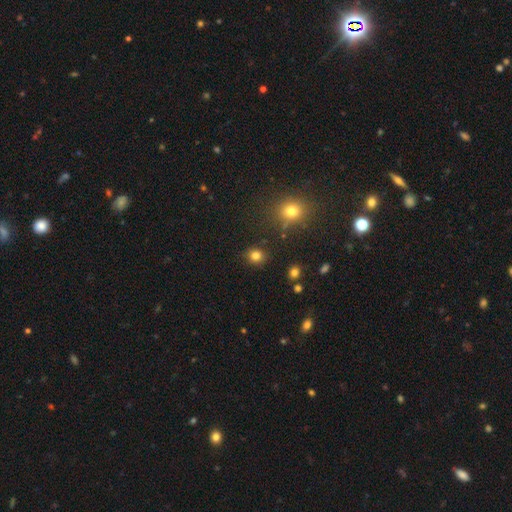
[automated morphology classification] smooth_or_featured: smooth (p=0.82) [alt: star or artifact p=0.14]
how_rounded: round (p=0.85) [alt: in between p=0.14]
merging: none (p=0.88) [alt: minor disturbance p=0.07]